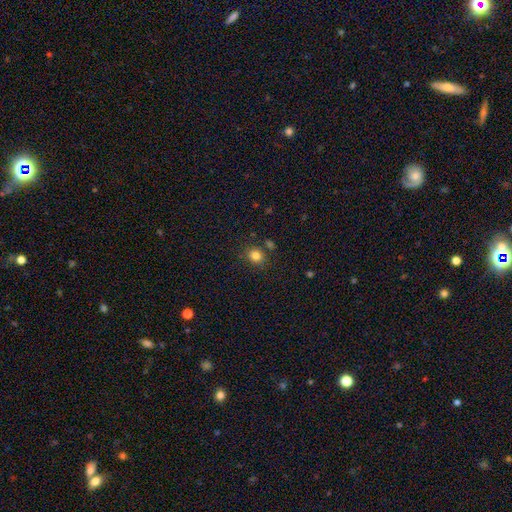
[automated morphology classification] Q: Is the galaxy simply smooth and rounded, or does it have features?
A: smooth — 83%.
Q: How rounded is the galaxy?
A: round — 72%.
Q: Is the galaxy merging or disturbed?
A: none — 81%.